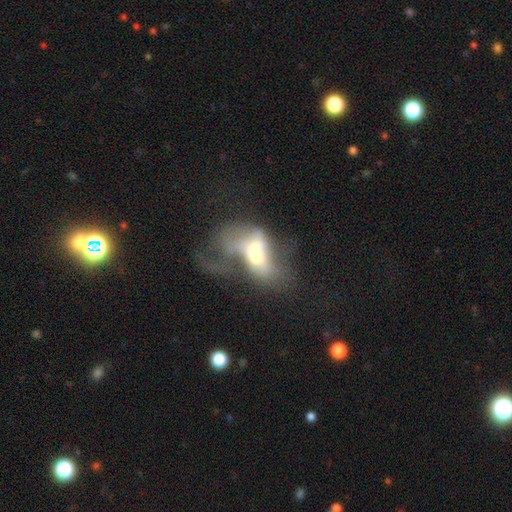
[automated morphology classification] This appears to be a featured or disk galaxy (55%) with no bar (64%), no spiral arms (65%) and a moderate central bulge (57%). Merging: major disturbance (49%).